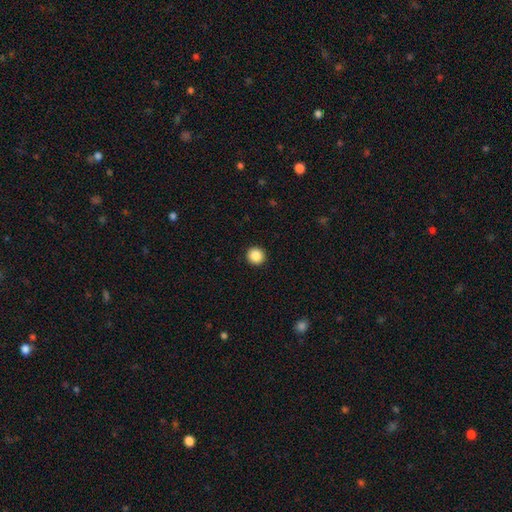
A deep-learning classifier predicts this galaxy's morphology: Smooth or featured? smooth (88%)
How rounded? round (95%)
Merging? none (93%)